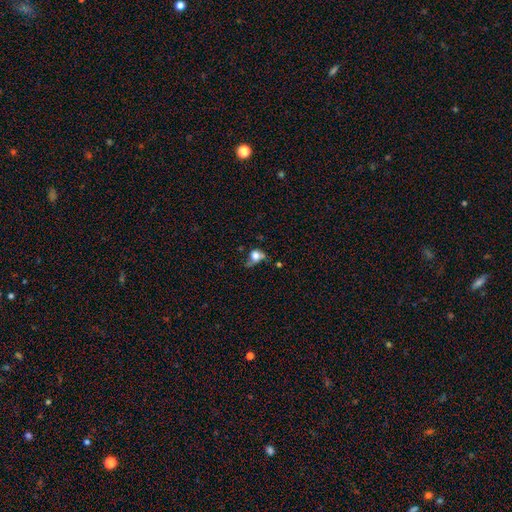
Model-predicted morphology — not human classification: This is likely a smooth galaxy (68%). How rounded: likely round (68%). Merging: marginally major disturbance (34%).